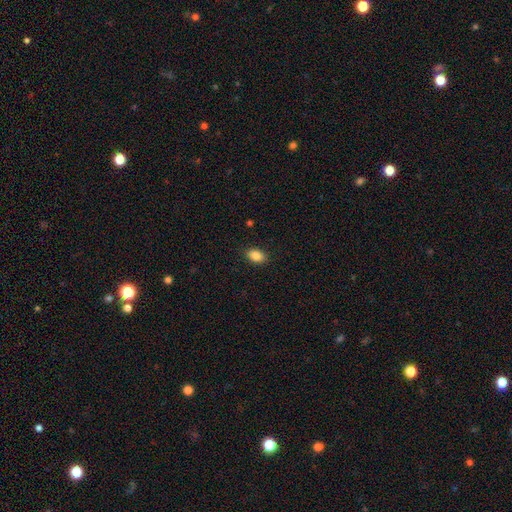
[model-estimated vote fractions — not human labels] This is clearly a smooth galaxy (86%). How rounded: clearly in between (86%). Merging: clearly none (89%).